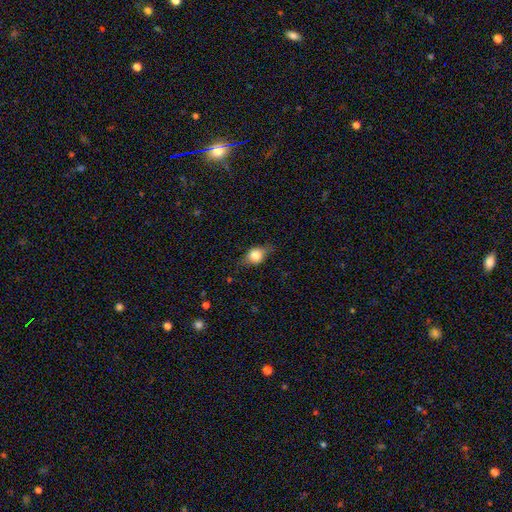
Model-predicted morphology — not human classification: This appears to be a smooth galaxy with no disk features (66%) that is in between round and cigar-shaped (54%). Merging: none (73%).